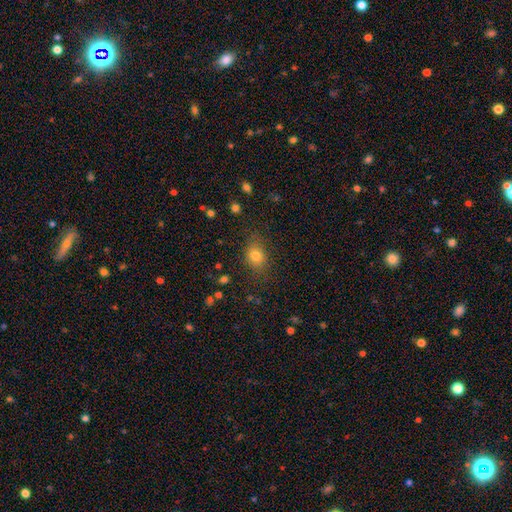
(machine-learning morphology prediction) Smooth or featured?
  - smooth: 78% *
  - star or artifact: 13%
  - featured or disk: 8%
How rounded?
  - in between: 53% *
  - round: 45%
  - cigar-shaped: 2%
Merging?
  - none: 79% *
  - minor disturbance: 14%
  - major disturbance: 5%
  - merger: 2%